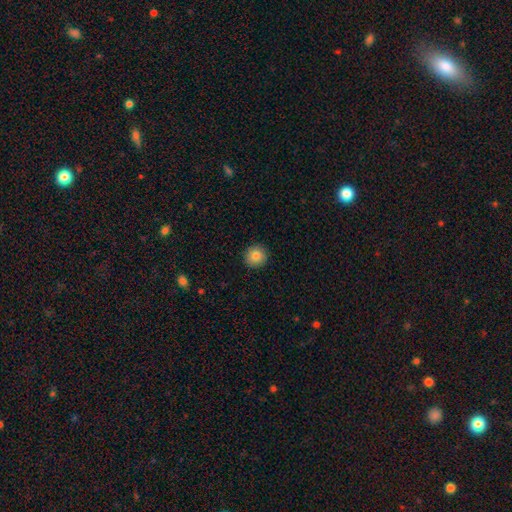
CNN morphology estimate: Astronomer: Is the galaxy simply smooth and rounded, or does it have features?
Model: smooth — 85%.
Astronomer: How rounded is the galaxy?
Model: round — 92%.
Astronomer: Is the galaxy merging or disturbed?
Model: none — 92%.